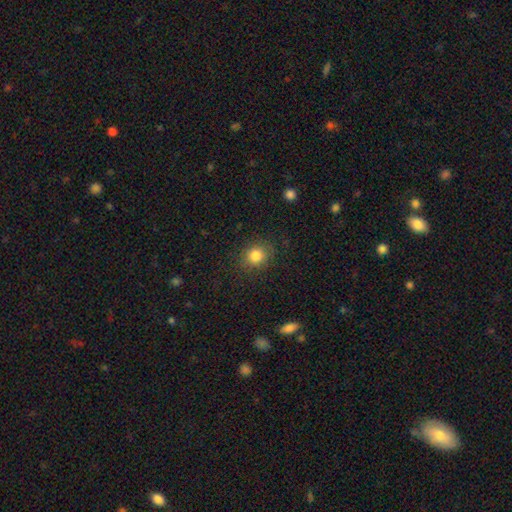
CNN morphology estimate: smooth_or_featured: smooth (p=0.83) [alt: star or artifact p=0.11]
how_rounded: round (p=0.78) [alt: in between p=0.21]
merging: none (p=0.84) [alt: minor disturbance p=0.11]